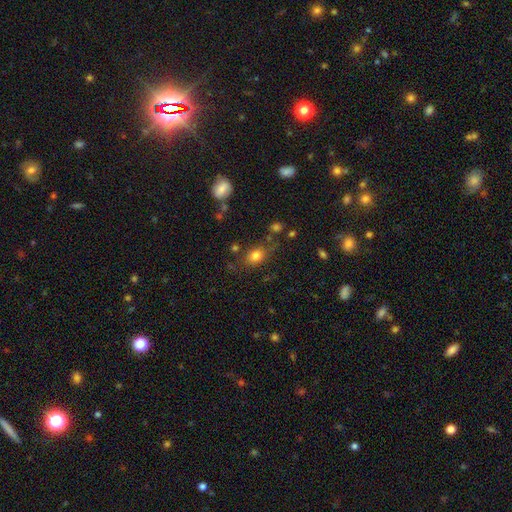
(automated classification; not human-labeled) smooth_or_featured: smooth (p=0.78) [alt: star or artifact p=0.13]
how_rounded: in between (p=0.57) [alt: round p=0.41]
merging: none (p=0.71) [alt: minor disturbance p=0.17]